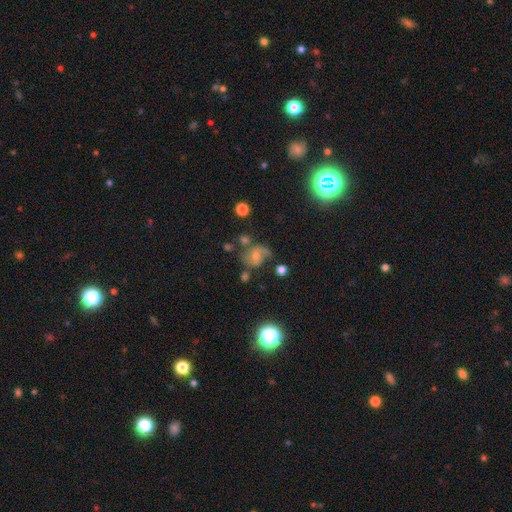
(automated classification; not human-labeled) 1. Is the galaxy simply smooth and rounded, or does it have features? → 51% featured or disk, 34% smooth, 15% star or artifact.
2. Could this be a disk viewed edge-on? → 97% no, 3% yes.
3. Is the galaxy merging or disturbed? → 47% none, 24% minor disturbance, 18% major disturbance, 11% merger.